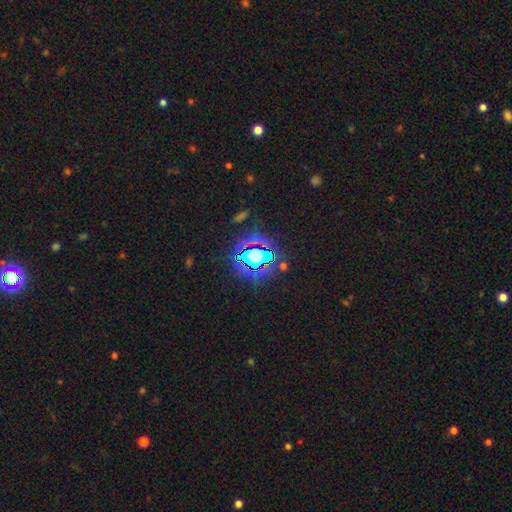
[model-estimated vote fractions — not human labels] The model was most divided on "smooth or featured": star or artifact: 60%, smooth: 27%, featured or disk: 13%.